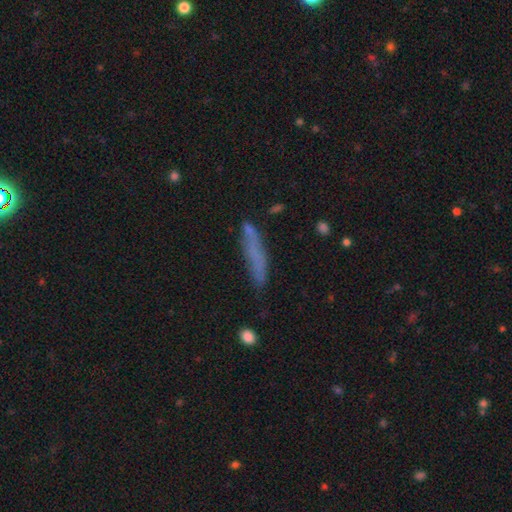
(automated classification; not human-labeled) Q: Smooth or featured?
A: smooth (66%); runner-up: featured or disk (24%)
Q: How rounded?
A: cigar-shaped (89%); runner-up: in between (9%)
Q: Merging?
A: none (71%); runner-up: minor disturbance (19%)